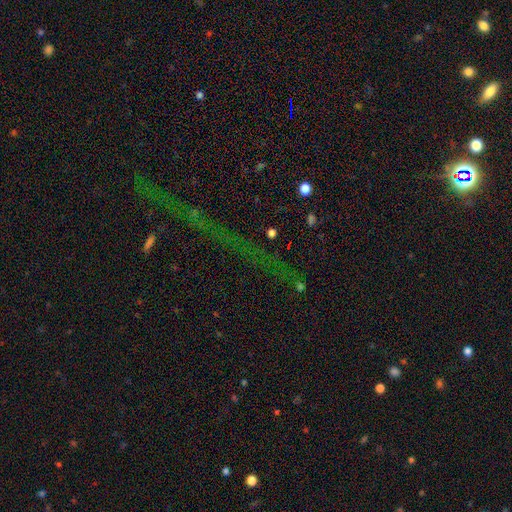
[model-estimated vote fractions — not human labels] Smooth or featured? star or artifact (79%)